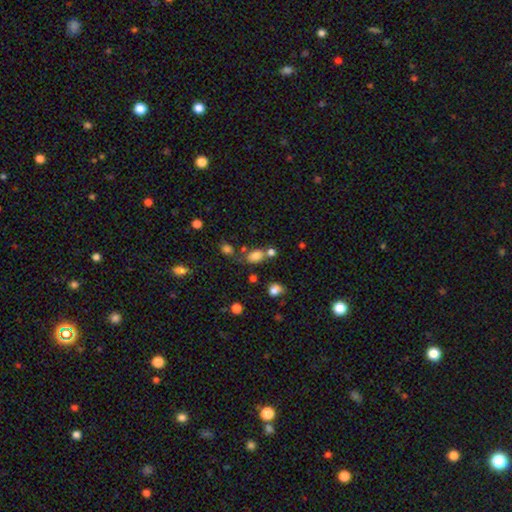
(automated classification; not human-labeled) Overall: smooth (78%). How rounded: in between (81%). Merging: none (56%; merger 22%).